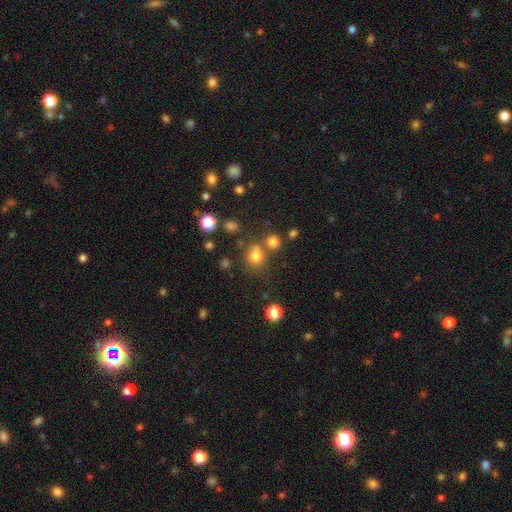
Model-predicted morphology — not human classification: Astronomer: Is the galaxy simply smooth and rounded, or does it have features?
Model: smooth — 74%.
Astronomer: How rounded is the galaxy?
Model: round — 80%.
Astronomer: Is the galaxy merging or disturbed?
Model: none — 62%.